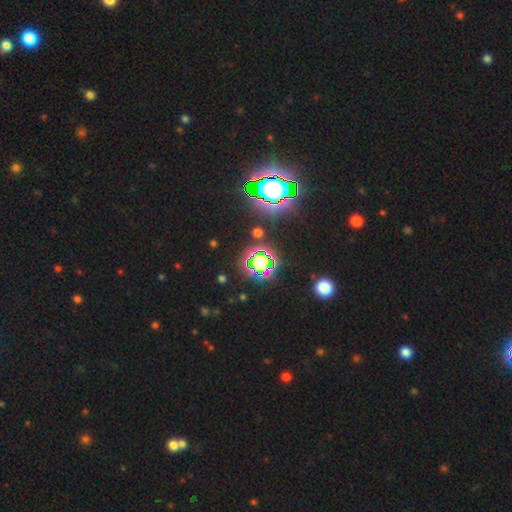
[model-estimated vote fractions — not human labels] This appears to be a star or artifact, not a galaxy (66%).